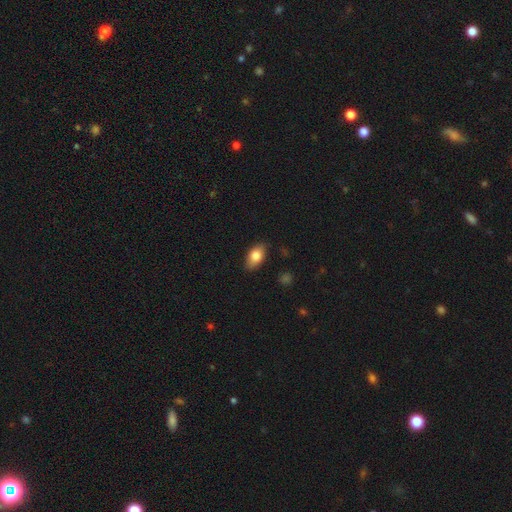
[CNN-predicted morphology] type=smooth (81%); roundness=in between (90%); merging=none (83%).